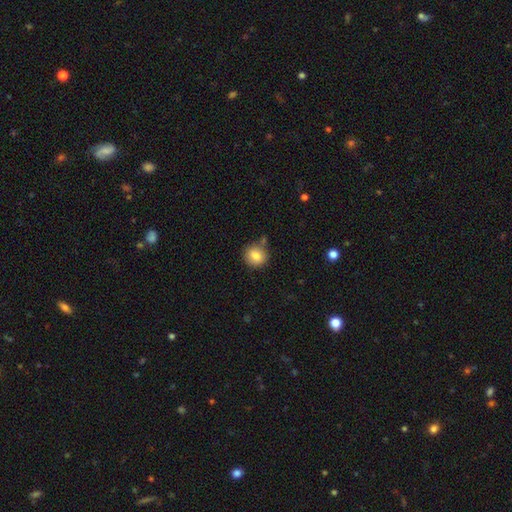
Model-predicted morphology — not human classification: This appears to be a smooth galaxy with no disk features (82%) that is round (89%). Merging: none (75%).